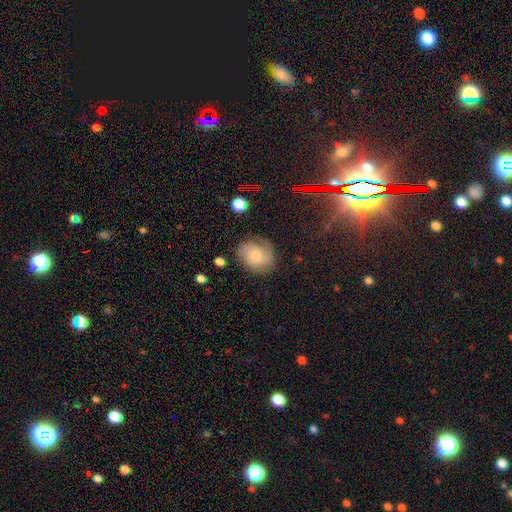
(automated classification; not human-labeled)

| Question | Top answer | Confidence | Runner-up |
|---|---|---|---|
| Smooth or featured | featured or disk | 50% | smooth (41%) |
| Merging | none | 67% | minor disturbance (22%) |